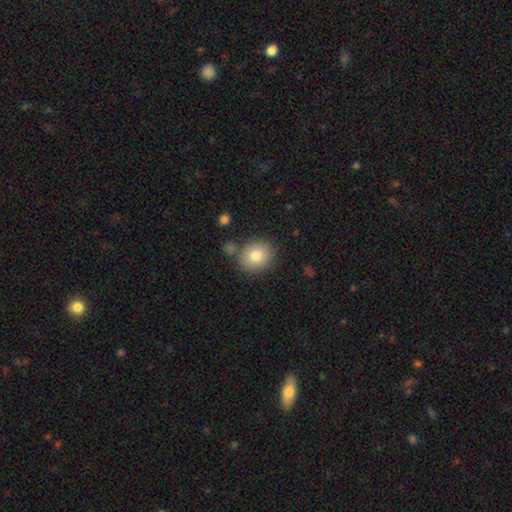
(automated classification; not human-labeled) Q: Smooth or featured?
A: smooth (80%); runner-up: featured or disk (11%)
Q: How rounded?
A: round (78%); runner-up: in between (21%)
Q: Merging?
A: none (78%); runner-up: minor disturbance (11%)